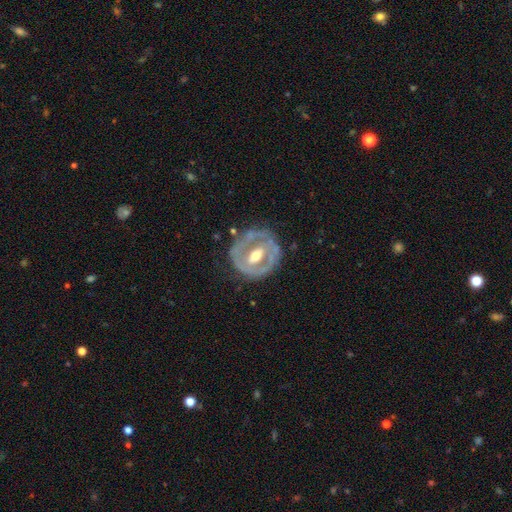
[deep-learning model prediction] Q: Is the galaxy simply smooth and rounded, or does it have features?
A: featured or disk — 73%.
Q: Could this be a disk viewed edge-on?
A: no — 95%.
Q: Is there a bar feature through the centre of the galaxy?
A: weak — 38%.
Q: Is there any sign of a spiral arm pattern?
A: no — 63%.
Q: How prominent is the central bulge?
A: moderate — 73%.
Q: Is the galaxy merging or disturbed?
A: none — 66%.